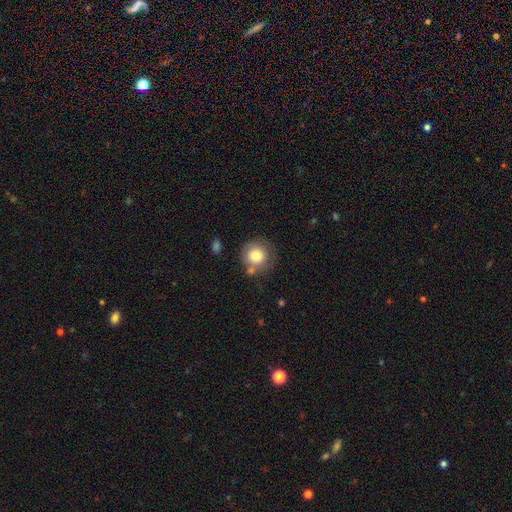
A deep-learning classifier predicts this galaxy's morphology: Smooth or featured? smooth (81%)
How rounded? round (92%)
Merging? none (69%)